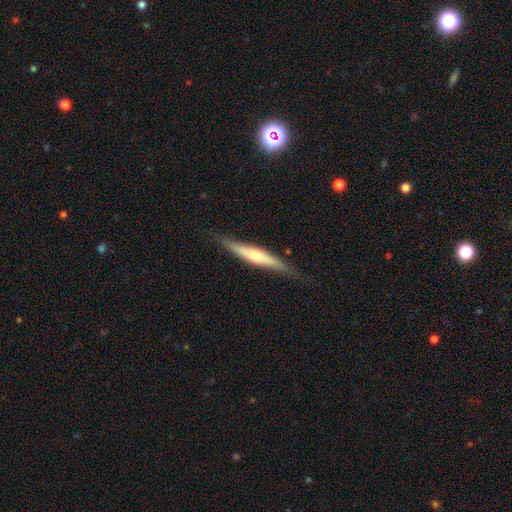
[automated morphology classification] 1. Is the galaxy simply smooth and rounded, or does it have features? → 53% featured or disk, 41% smooth, 5% star or artifact.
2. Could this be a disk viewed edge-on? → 94% yes, 6% no.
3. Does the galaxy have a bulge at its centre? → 67% rounded, 21% none, 12% boxy.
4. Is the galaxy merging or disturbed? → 80% none, 15% minor disturbance, 3% major disturbance, 1% merger.